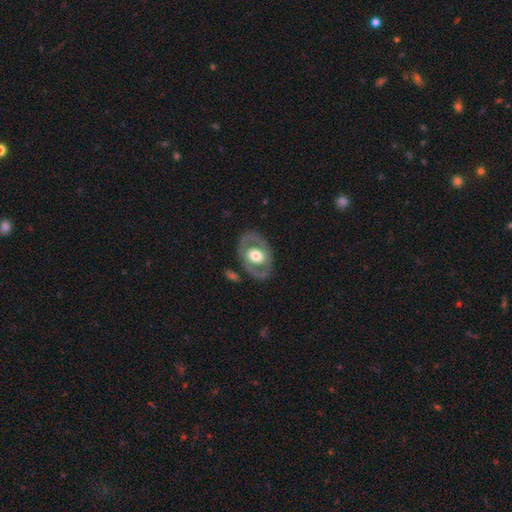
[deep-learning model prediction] featured or disk 61%, smooth 34%, star or artifact 5%. Down the decision tree: edge-on disk — no (92%); bar — no (77%); spiral arms — no (74%); bulge size — moderate (51%); merging — none (79%).